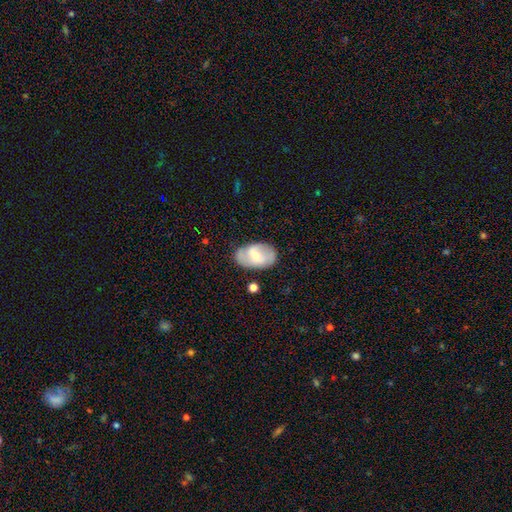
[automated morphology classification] type=featured or disk (53%); edge-on=no (94%); merging=none (74%).